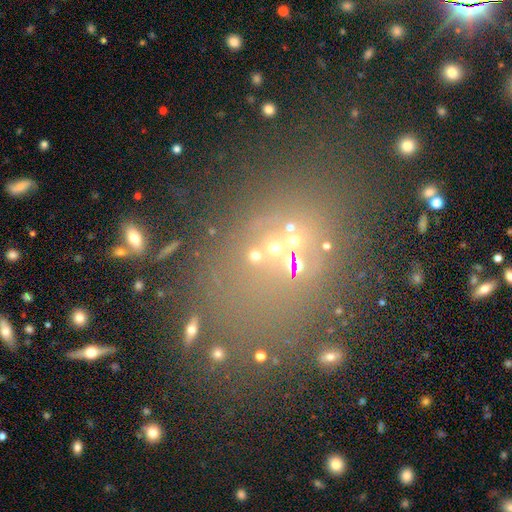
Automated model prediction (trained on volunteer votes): Morphology: type=star or artifact (45%).